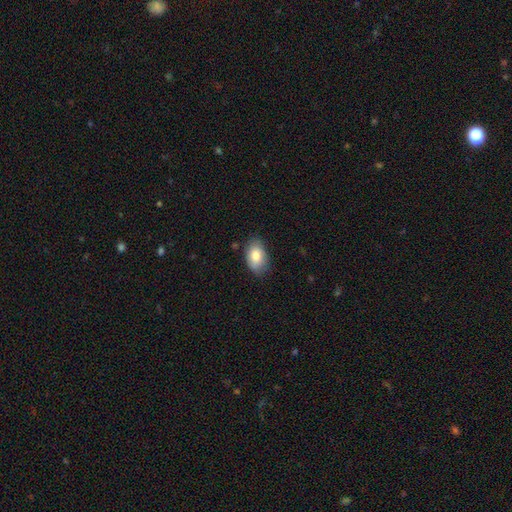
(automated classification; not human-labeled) This appears to be a smooth galaxy with no disk features (82%) that is in between round and cigar-shaped (91%). Merging: none (78%).